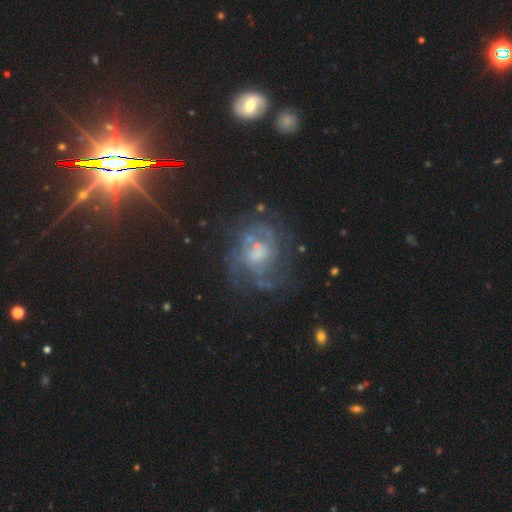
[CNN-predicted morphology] The model was most divided on "spiral winding": medium: 44%, tight: 41%, loose: 15%. Remaining: edge-on disk — no (96%); spiral arms — yes (90%); smooth or featured — featured or disk (73%); merging — none (65%); bar — no (56%); bulge size — moderate (40%); spiral arm count — can't tell (39%).